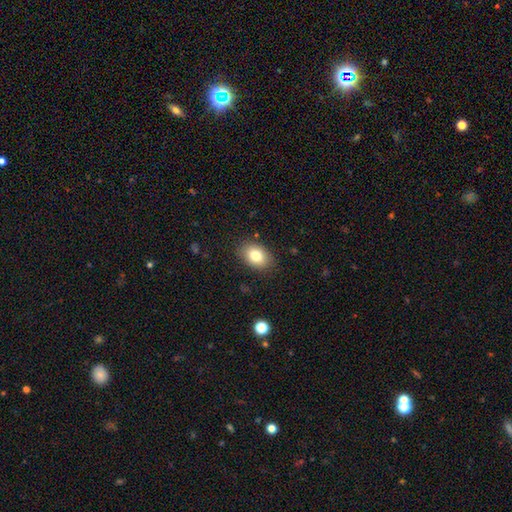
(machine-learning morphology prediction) Smooth or featured?
  - smooth: 80% *
  - featured or disk: 11%
  - star or artifact: 9%
How rounded?
  - in between: 81% *
  - round: 18%
  - cigar-shaped: 1%
Merging?
  - none: 86% *
  - minor disturbance: 10%
  - major disturbance: 3%
  - merger: 1%